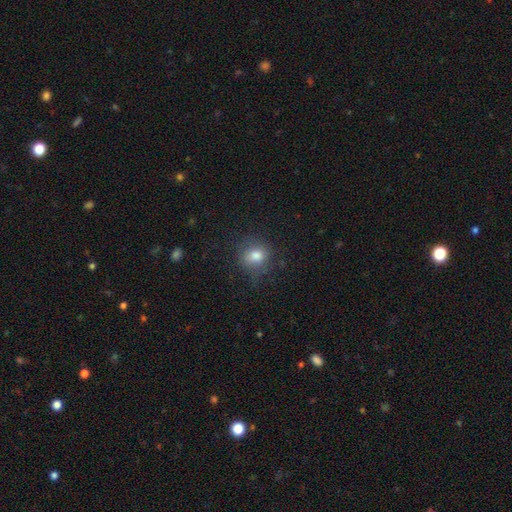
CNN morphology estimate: Smooth or featured? smooth (81%)
How rounded? round (75%)
Merging? none (74%)